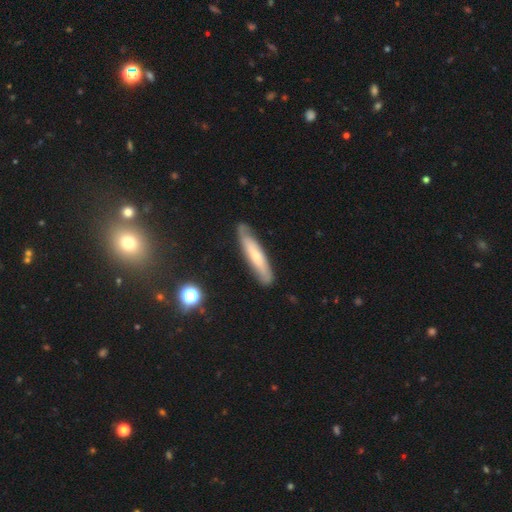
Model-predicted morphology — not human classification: Q: Smooth or featured?
A: smooth (50%); runner-up: featured or disk (44%)
Q: Merging?
A: none (79%); runner-up: minor disturbance (16%)